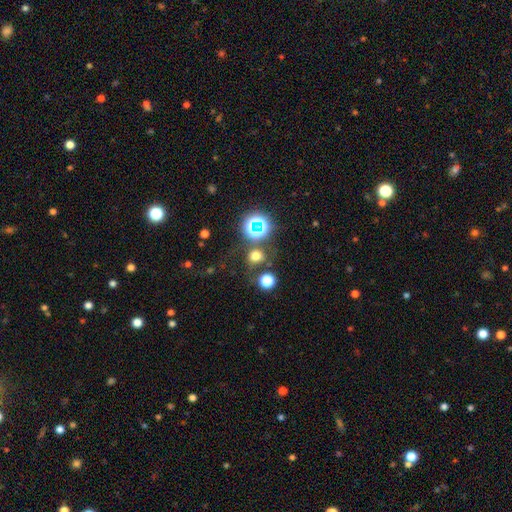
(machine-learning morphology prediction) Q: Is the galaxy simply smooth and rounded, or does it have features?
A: smooth — 61%.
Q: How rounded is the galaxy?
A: round — 78%.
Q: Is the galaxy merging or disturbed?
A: none — 70%.